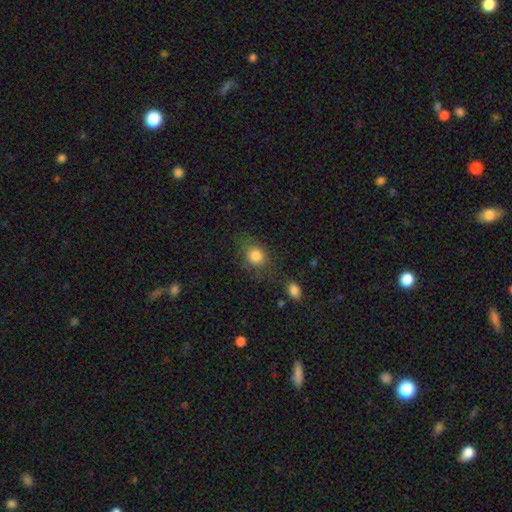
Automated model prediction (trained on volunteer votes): smooth_or_featured: smooth (p=0.83) [alt: star or artifact p=0.10]
how_rounded: round (p=0.66) [alt: in between p=0.33]
merging: none (p=0.73) [alt: minor disturbance p=0.16]